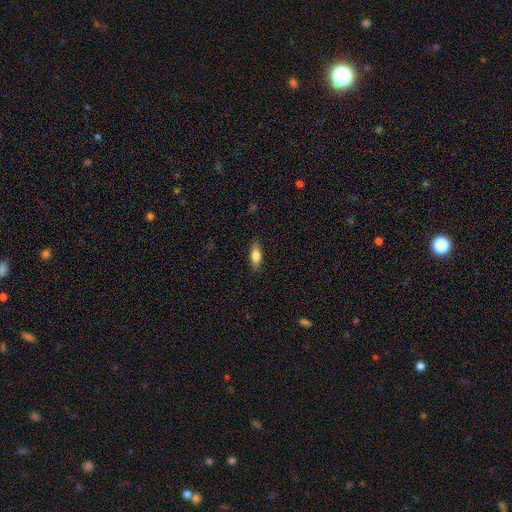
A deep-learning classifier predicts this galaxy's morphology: smooth 72%, featured or disk 21%, star or artifact 7%. Down the decision tree: how rounded — in between (72%); merging — none (84%).